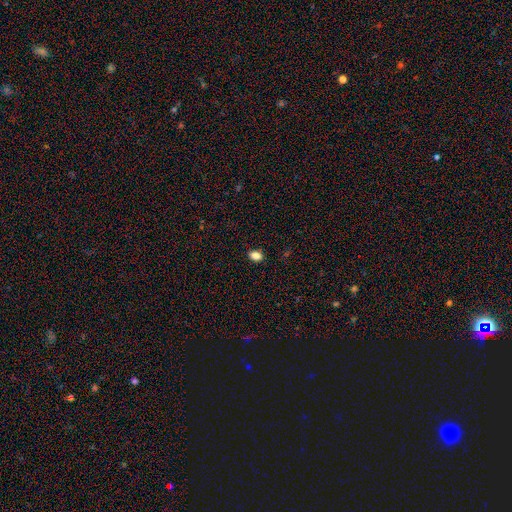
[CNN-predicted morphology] A smooth galaxy with no disk features (84%) that is in between round and cigar-shaped (75%). Merging: none (88%).